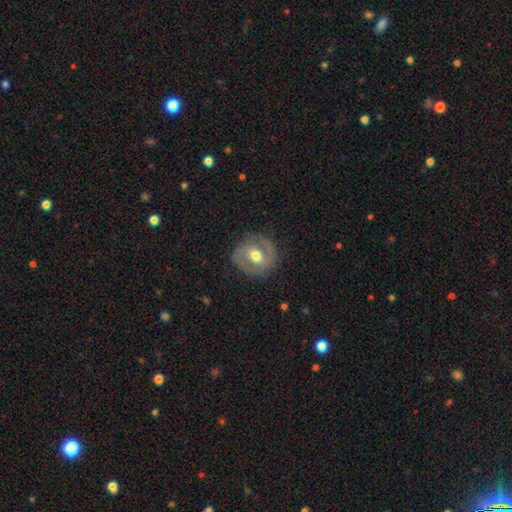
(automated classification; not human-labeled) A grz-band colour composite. It shows a featured or disk galaxy (64%) with a weak bar (44%), spiral arms (66%) and a moderate central bulge (76%). Merging: none (81%).